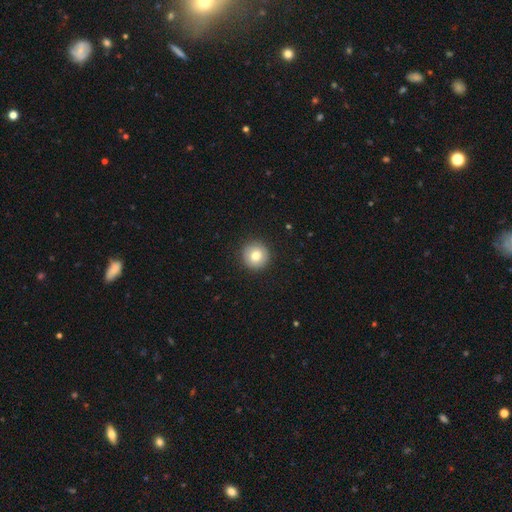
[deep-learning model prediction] smooth-or-featured: smooth: 79% | featured or disk: 13% | star or artifact: 8%
  how-rounded: round: 95% | in between: 4% | cigar-shaped: 1%
  merging: none: 91% | minor disturbance: 6% | major disturbance: 2% | merger: 1%